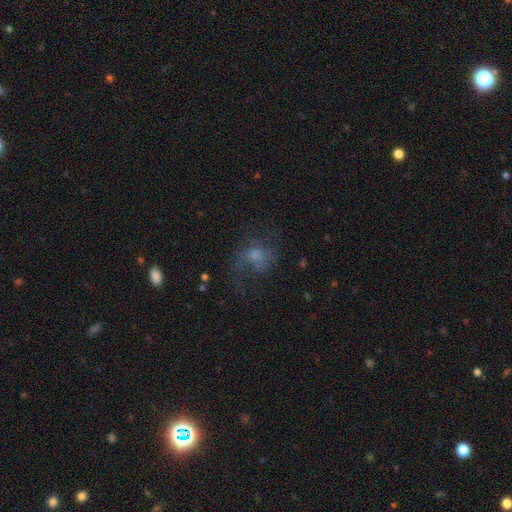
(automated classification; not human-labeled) Smooth or featured? Predicted: smooth (p=0.45). Merging? Predicted: major disturbance (p=0.41).